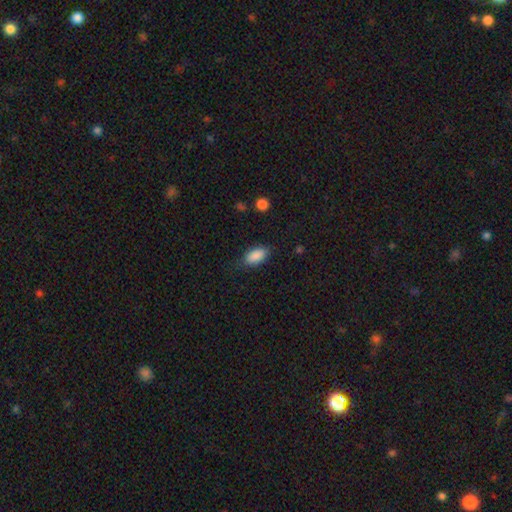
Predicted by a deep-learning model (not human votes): Smooth or featured? smooth (88%)
How rounded? in between (91%)
Merging? none (76%)